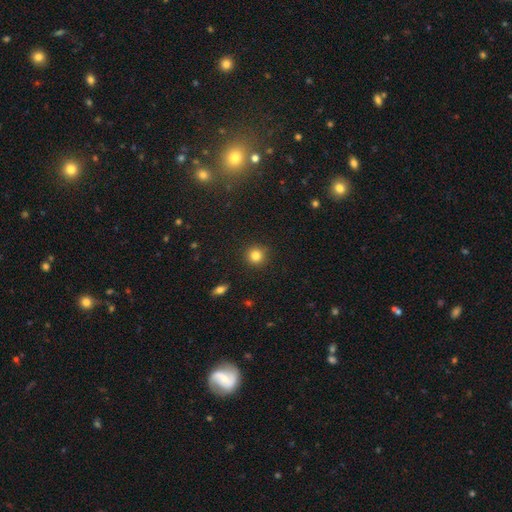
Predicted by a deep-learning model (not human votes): Overall: smooth (83%). How rounded: round (94%). Merging: none (91%).